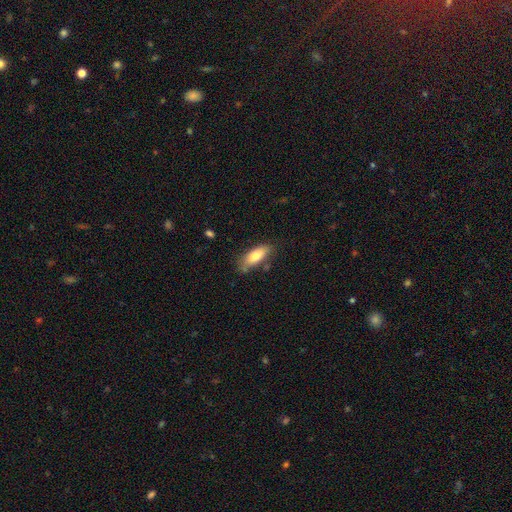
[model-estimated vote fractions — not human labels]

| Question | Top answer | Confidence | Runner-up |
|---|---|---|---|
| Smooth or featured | smooth | 77% | featured or disk (17%) |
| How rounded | in between | 78% | cigar-shaped (20%) |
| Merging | none | 72% | minor disturbance (20%) |